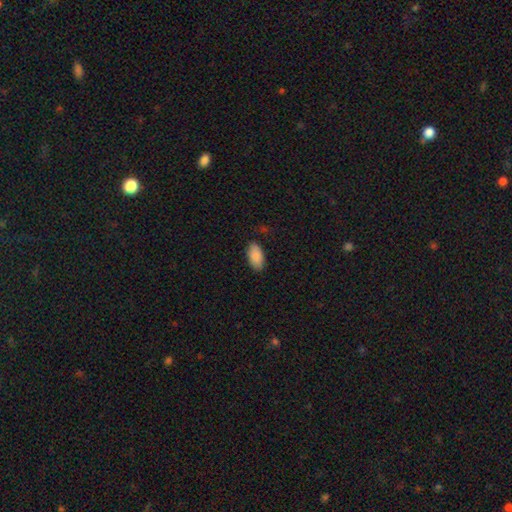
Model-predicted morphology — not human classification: A smooth galaxy with no disk features (90%) that is in between round and cigar-shaped (94%). Merging: none (85%).